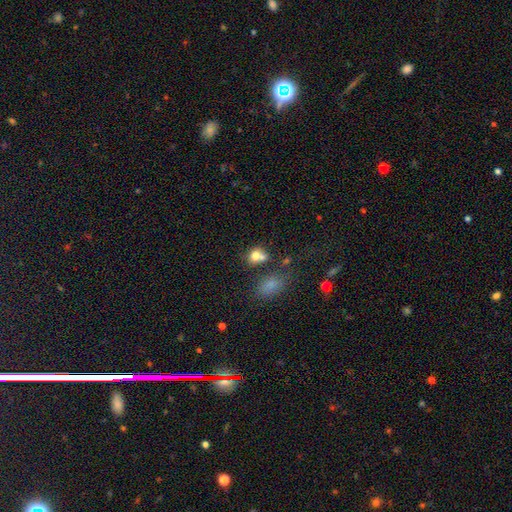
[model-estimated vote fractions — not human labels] Smooth or featured? smooth (74%)
How rounded? round (57%)
Merging? merger (44%)